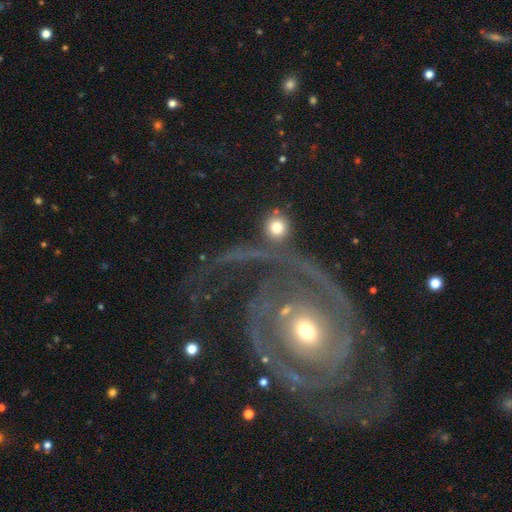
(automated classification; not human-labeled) smooth-or-featured: featured or disk: 81% | smooth: 10% | star or artifact: 8%
  disk-edge-on: no: 96% | yes: 4%
    bar: no: 70% | weak: 20% | strong: 10%
    has-spiral-arms: yes: 89% | no: 11%
      spiral-winding: tight: 44% | medium: 37% | loose: 19%
      spiral-arm-count: 2: 61% | can't tell: 12% | 1: 9% | 3: 9% | 4: 5% | more than 4: 5%
    bulge-size: moderate: 54% | small: 37% | large: 5% | dominant: 2% | none: 2%
  merging: none: 53% | major disturbance: 20% | minor disturbance: 15% | merger: 13%